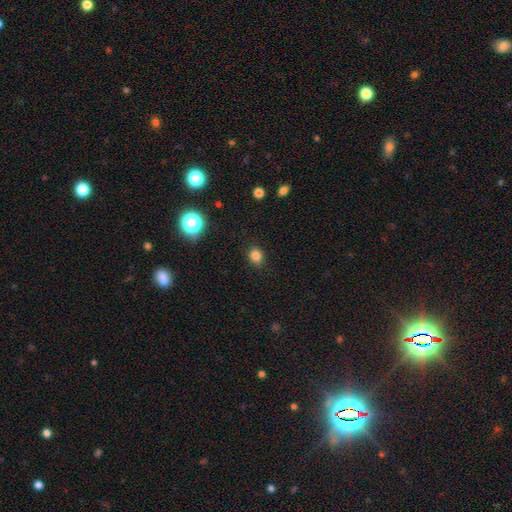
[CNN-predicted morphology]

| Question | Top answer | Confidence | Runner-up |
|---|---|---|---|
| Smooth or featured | smooth | 82% | star or artifact (13%) |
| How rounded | round | 63% | in between (36%) |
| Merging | none | 87% | minor disturbance (9%) |